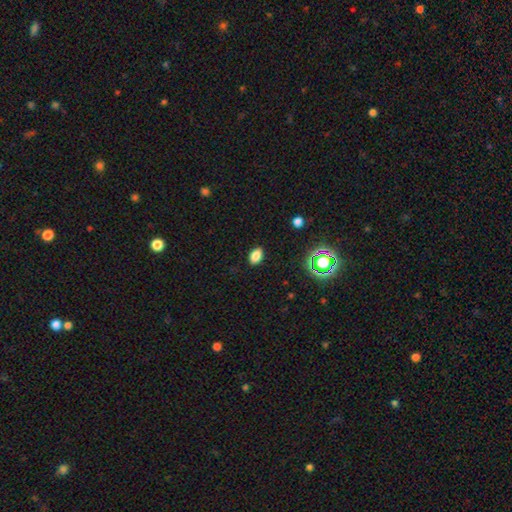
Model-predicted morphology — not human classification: A smooth galaxy with no disk features (81%) that is in between round and cigar-shaped (88%). Merging: none (88%).